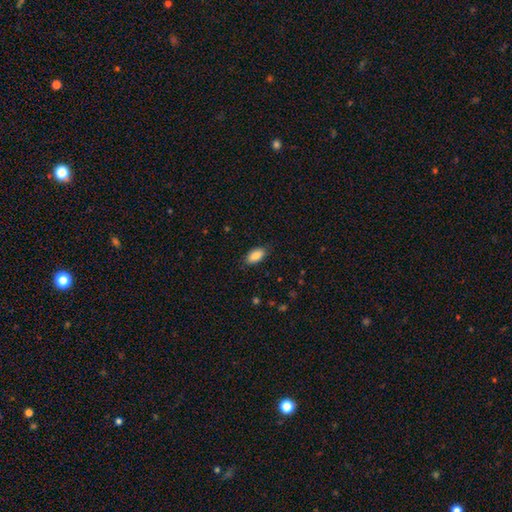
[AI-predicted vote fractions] The model was most divided on "merging": none: 85%, minor disturbance: 12%, major disturbance: 3%, merger: 1%. More confident: how rounded — in between (92%); smooth or featured — smooth (88%).